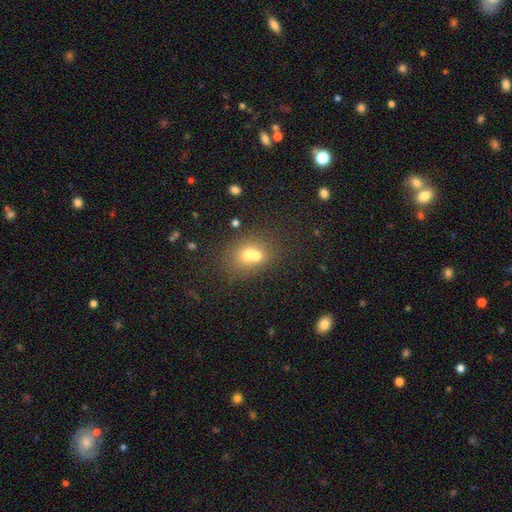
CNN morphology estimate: smooth_or_featured: smooth (p=0.64) [alt: featured or disk p=0.22]
how_rounded: round (p=0.64) [alt: in between p=0.35]
merging: merger (p=0.59) [alt: none p=0.31]